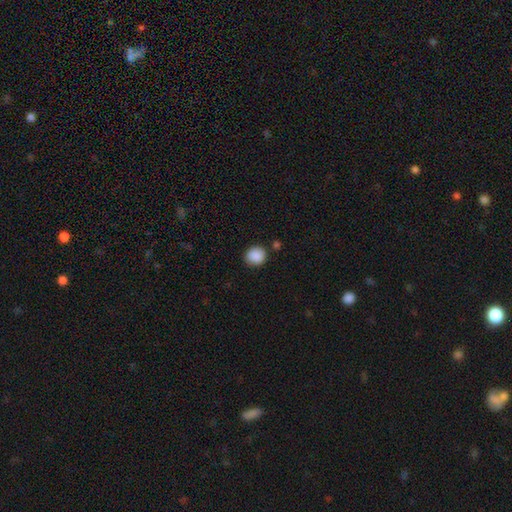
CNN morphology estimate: This is clearly a smooth galaxy (89%). How rounded: clearly round (83%). Merging: clearly none (83%).